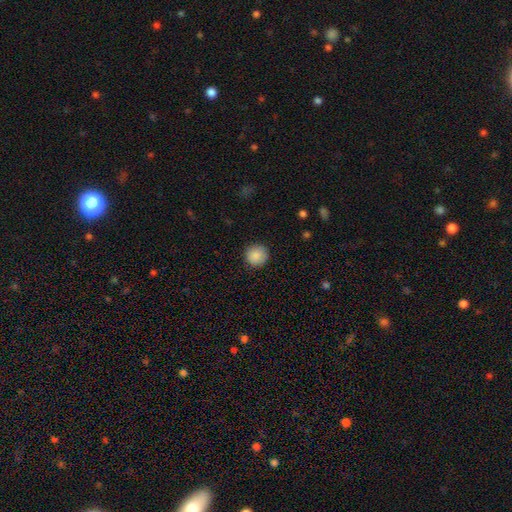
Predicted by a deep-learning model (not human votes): A smooth galaxy with no disk features (89%) that is round (95%).

Vote fractions:
- Smooth or featured? smooth: 89% / star or artifact: 8% / featured or disk: 3%
- How rounded? round: 95% / in between: 4% / cigar-shaped: 1%
- Merging? none: 91% / minor disturbance: 6% / major disturbance: 2% / merger: 1%